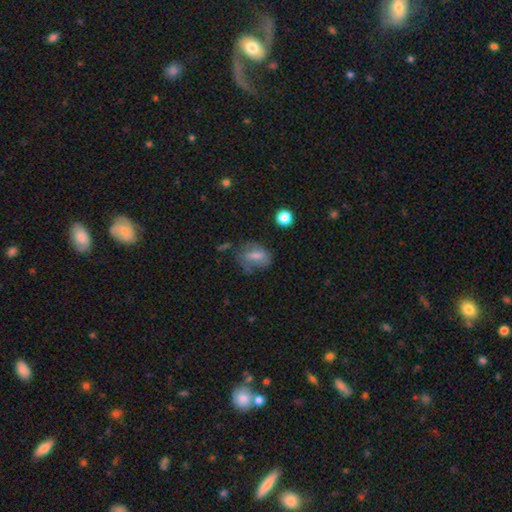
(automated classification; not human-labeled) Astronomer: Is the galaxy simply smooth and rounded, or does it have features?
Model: smooth — 50% (runner-up: featured or disk, 38%).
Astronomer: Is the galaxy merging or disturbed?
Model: none — 51% (runner-up: minor disturbance, 27%).